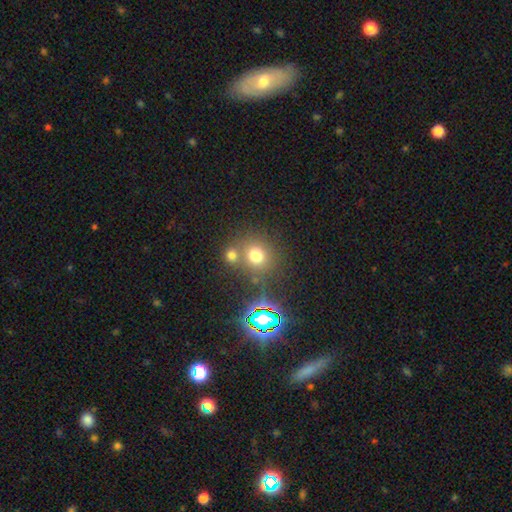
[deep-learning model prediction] smooth 68%, star or artifact 23%, featured or disk 9%. Down the decision tree: how rounded — round (87%); merging — none (62%).